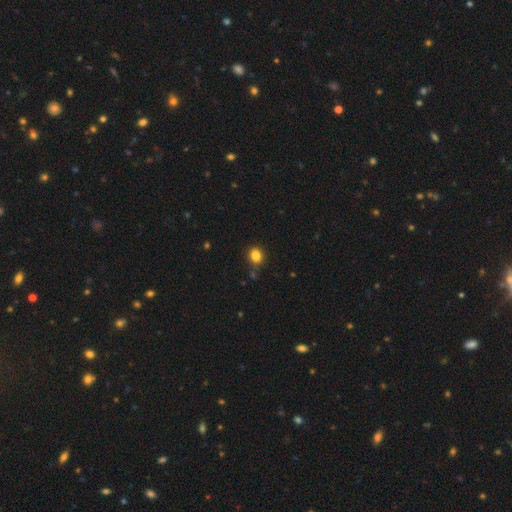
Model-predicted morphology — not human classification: Smooth or featured: smooth — 84% (star or artifact — 12%)
How rounded: round — 68% (in between — 31%)
Merging: none — 83% (minor disturbance — 12%)